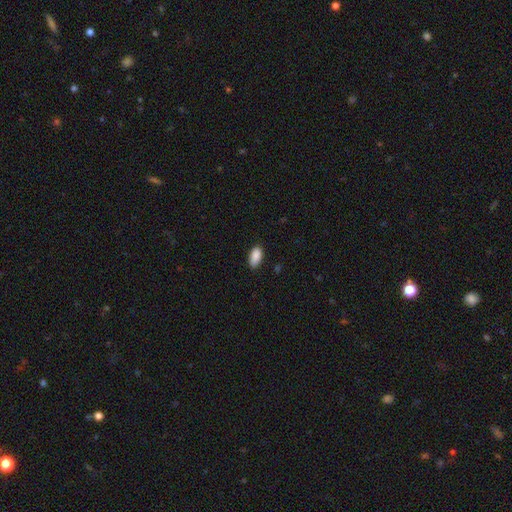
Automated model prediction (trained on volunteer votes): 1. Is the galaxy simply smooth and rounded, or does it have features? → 89% smooth, 7% star or artifact, 3% featured or disk.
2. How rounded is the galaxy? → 93% in between, 4% cigar-shaped, 3% round.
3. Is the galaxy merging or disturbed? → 80% none, 17% minor disturbance, 3% major disturbance, 1% merger.